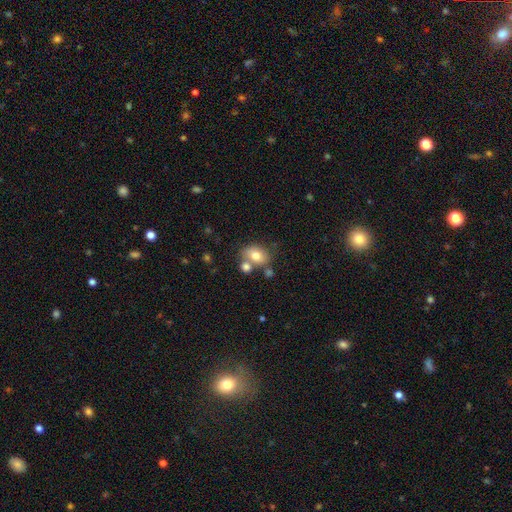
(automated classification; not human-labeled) A smooth galaxy with no disk features (75%) that is in between round and cigar-shaped (62%).

Vote fractions:
- Smooth or featured? smooth: 75% / featured or disk: 15% / star or artifact: 10%
- How rounded? in between: 62% / round: 36% / cigar-shaped: 1%
- Merging? none: 53% / merger: 28% / minor disturbance: 14% / major disturbance: 5%